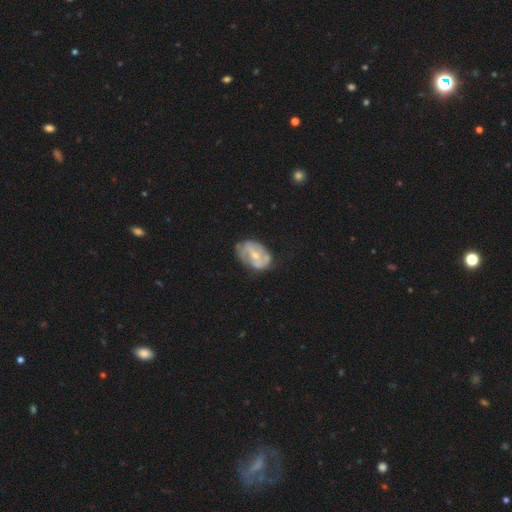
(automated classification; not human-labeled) Smooth or featured? Predicted: featured or disk (p=0.67). Edge-on disk? Predicted: no (p=0.96). Bar? Predicted: weak (p=0.41). Spiral arms? Predicted: yes (p=0.63). Bulge size? Predicted: small (p=0.48). Merging? Predicted: none (p=0.58).